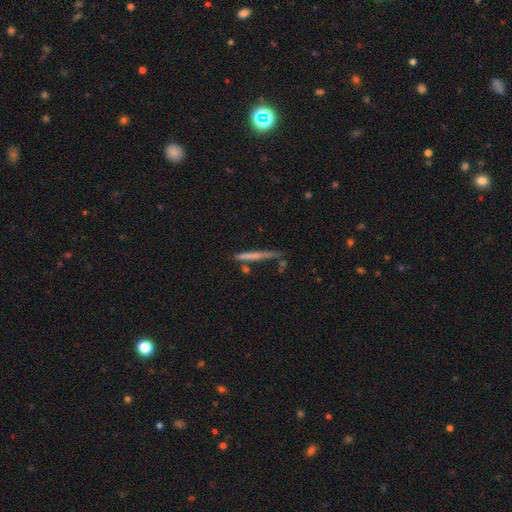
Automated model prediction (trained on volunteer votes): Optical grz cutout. It shows a featured or disk galaxy (46%). Merging: none (68%).